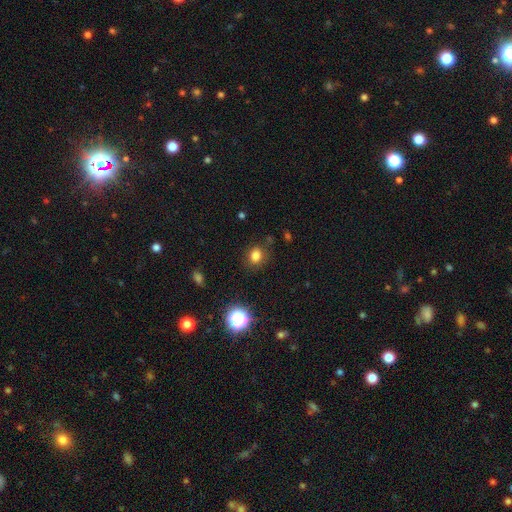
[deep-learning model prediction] smooth_or_featured: smooth (p=0.79) [alt: star or artifact p=0.15]
how_rounded: round (p=0.62) [alt: in between p=0.37]
merging: none (p=0.82) [alt: minor disturbance p=0.12]